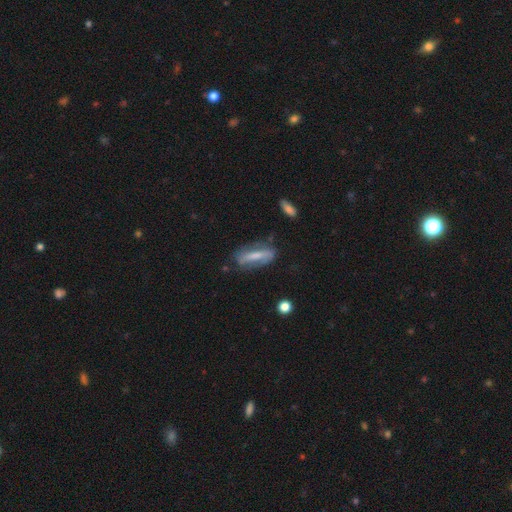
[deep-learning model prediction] smooth-or-featured: featured or disk: 50% | smooth: 42% | star or artifact: 8%
  disk-edge-on: no: 73% | yes: 27%
  merging: none: 64% | minor disturbance: 23% | major disturbance: 10% | merger: 3%